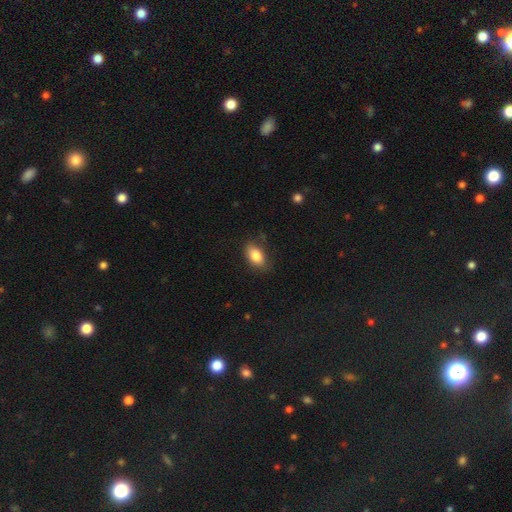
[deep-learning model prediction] Smooth or featured?
  - smooth: 84% *
  - featured or disk: 8%
  - star or artifact: 7%
How rounded?
  - in between: 90% *
  - round: 8%
  - cigar-shaped: 2%
Merging?
  - none: 76% *
  - minor disturbance: 18%
  - major disturbance: 4%
  - merger: 1%